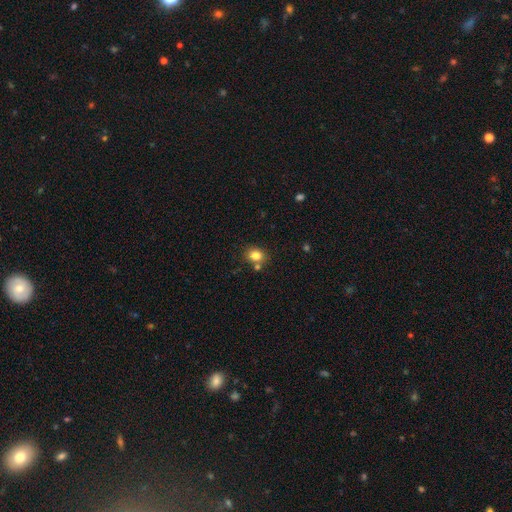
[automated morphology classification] This appears to be a smooth galaxy with no disk features (81%) that is round (61%). Merging: none (70%).